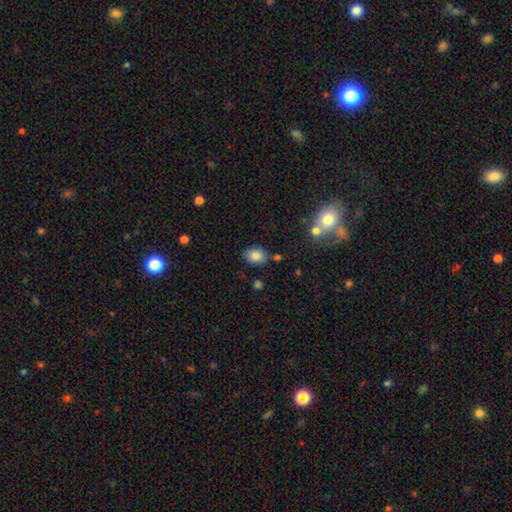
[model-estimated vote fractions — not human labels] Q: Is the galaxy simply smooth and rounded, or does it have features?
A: smooth — 85%.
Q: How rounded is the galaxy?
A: in between — 70%.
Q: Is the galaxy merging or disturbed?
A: none — 79%.